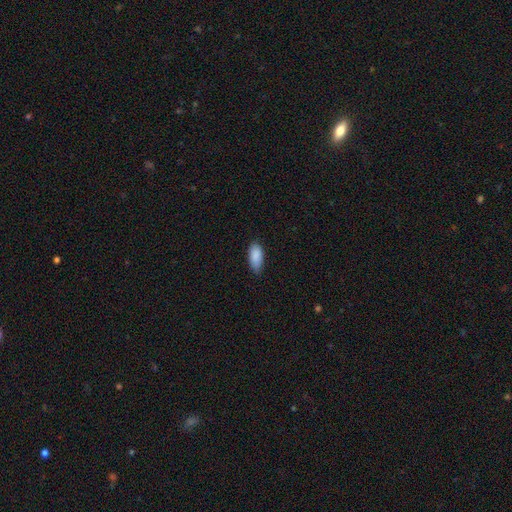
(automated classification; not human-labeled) Smooth or featured? Predicted: smooth (p=0.89). How rounded? Predicted: in between (p=0.89). Merging? Predicted: none (p=0.77).